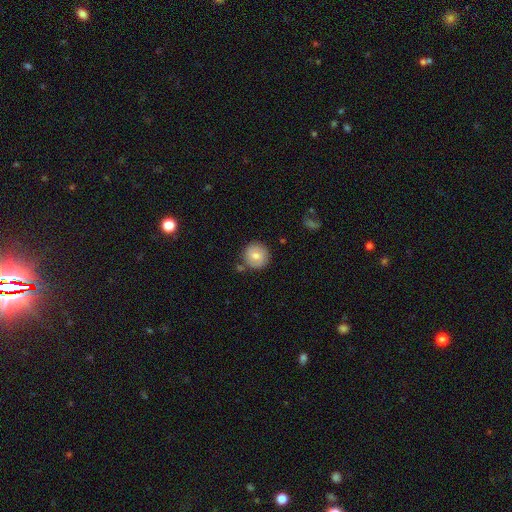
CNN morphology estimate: Overall: smooth (74%). How rounded: round (93%). Merging: none (81%).